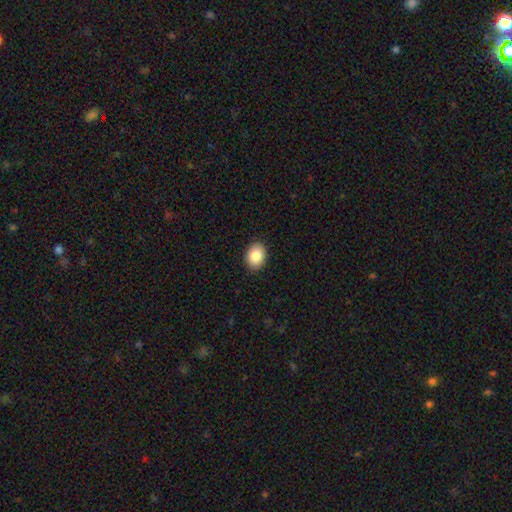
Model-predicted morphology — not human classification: Smooth or featured? Predicted: smooth (p=0.88). How rounded? Predicted: in between (p=0.68). Merging? Predicted: none (p=0.90).